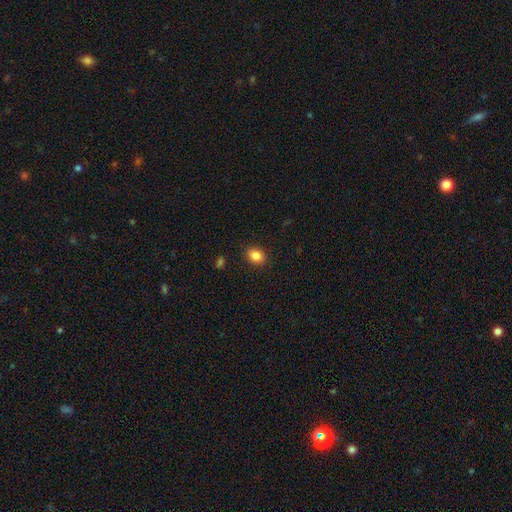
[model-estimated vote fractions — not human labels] This is clearly a smooth galaxy (86%). How rounded: likely in between (67%). Merging: clearly none (89%).